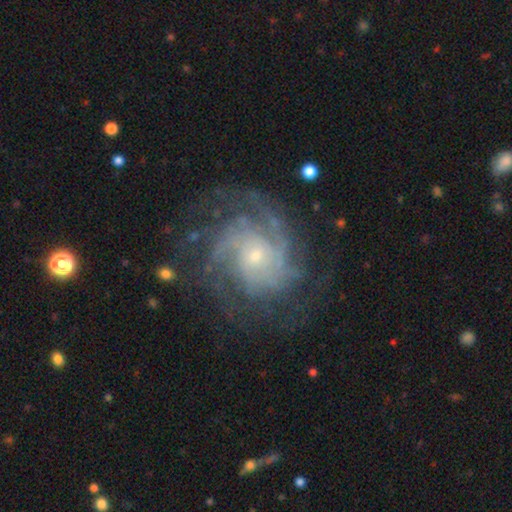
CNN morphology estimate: A featured or disk galaxy (88%) with no bar (73%), tight (60%) spiral arms (97%) and a small central bulge (71%).

Vote fractions:
- Smooth or featured? featured or disk: 88% / star or artifact: 6% / smooth: 5%
- Edge-on disk? no: 98% / yes: 2%
- Bar? no: 73% / weak: 23% / strong: 5%
- Spiral arms? yes: 97% / no: 3%
- Spiral winding? tight: 60% / medium: 33% / loose: 7%
- Spiral arm count? can't tell: 25% / 3: 23% / 4: 20% / 2: 16% / more than 4: 9% / 1: 7%
- Bulge size? small: 71% / moderate: 24% / none: 2% / large: 2% / dominant: 1%
- Merging? none: 71% / minor disturbance: 16% / major disturbance: 11% / merger: 1%